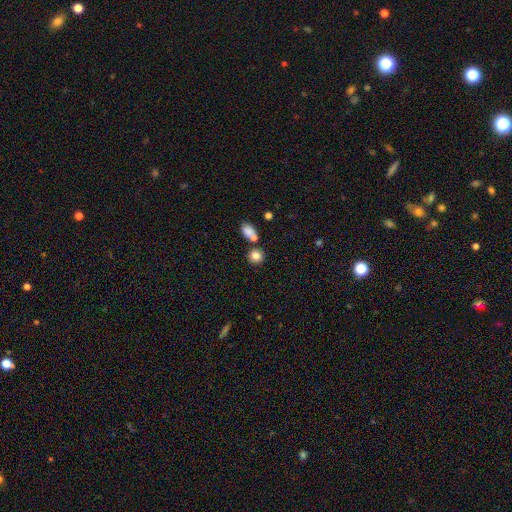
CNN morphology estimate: Smooth or featured?
  - smooth: 82% *
  - star or artifact: 10%
  - featured or disk: 8%
How rounded?
  - round: 80% *
  - in between: 19%
  - cigar-shaped: 2%
Merging?
  - none: 59% *
  - merger: 28%
  - minor disturbance: 9%
  - major disturbance: 3%